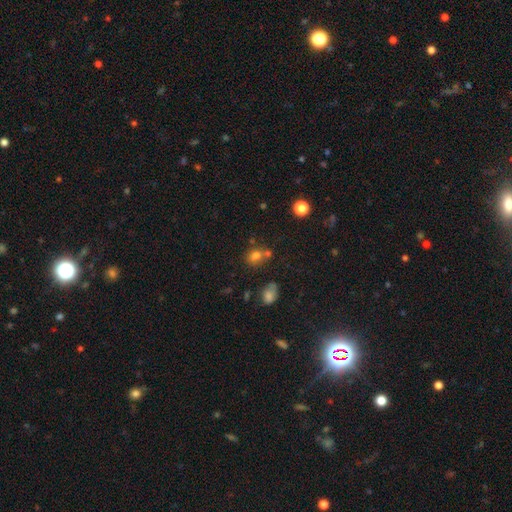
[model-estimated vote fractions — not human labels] This appears to be a smooth galaxy with no disk features (72%) that is in between round and cigar-shaped (52%). Merging: none (50%).